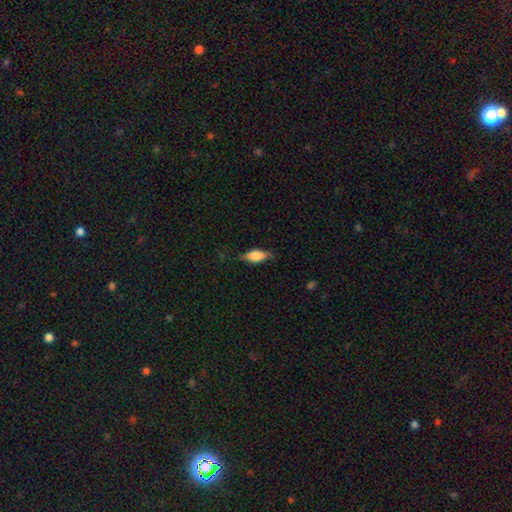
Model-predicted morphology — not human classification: This appears to be a smooth galaxy with no disk features (74%) that is in between round and cigar-shaped (80%). Merging: none (72%).